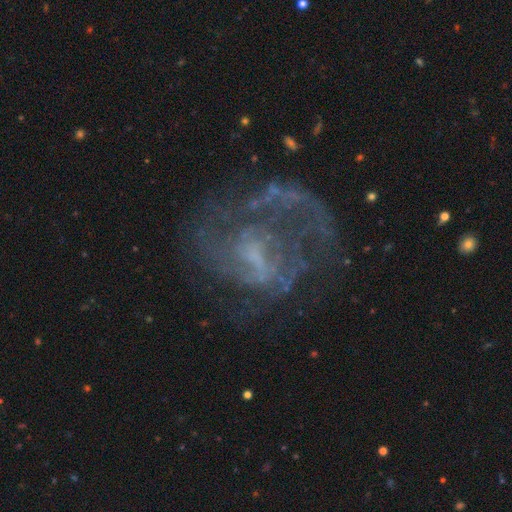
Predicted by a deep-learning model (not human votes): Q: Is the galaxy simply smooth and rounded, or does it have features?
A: featured or disk — 80%.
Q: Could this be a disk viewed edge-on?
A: no — 98%.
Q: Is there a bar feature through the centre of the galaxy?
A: weak — 45%.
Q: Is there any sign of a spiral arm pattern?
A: yes — 79%.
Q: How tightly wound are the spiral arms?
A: medium — 43%.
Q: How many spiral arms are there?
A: can't tell — 30%, tied with 2.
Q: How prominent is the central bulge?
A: small — 42%.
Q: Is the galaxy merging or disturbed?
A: none — 46%.